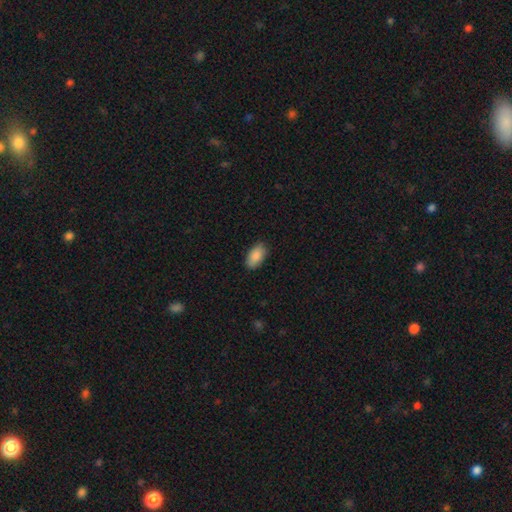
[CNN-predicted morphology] This appears to be a smooth galaxy with no disk features (89%) that is in between round and cigar-shaped (94%). Merging: none (88%).